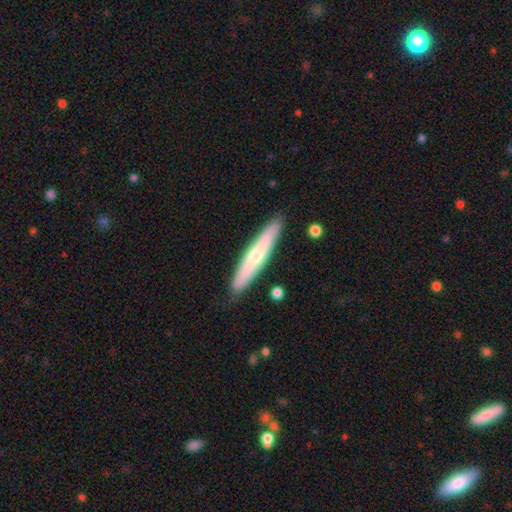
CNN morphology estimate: This is possibly a smooth galaxy (52%). How rounded: clearly cigar-shaped (90%). Merging: clearly none (88%).